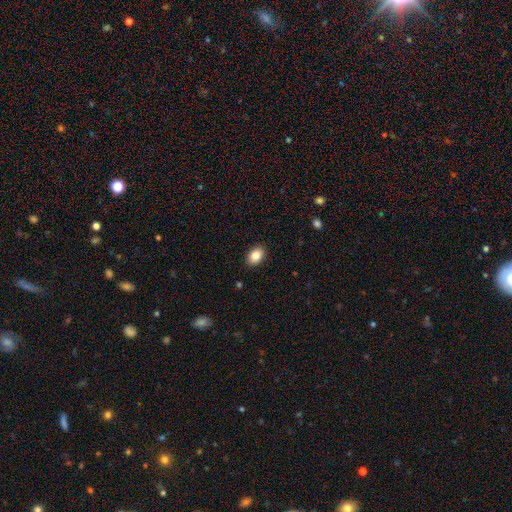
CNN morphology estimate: type=smooth (86%); roundness=in between (83%); merging=none (90%).